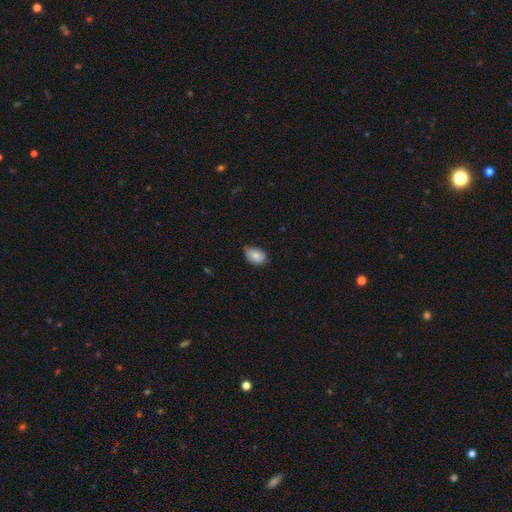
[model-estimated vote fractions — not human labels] Overall: smooth (79%). How rounded: in between (84%). Merging: none (63%; minor disturbance 31%).